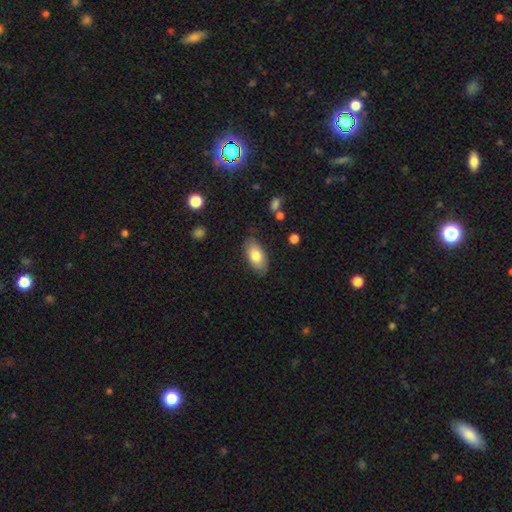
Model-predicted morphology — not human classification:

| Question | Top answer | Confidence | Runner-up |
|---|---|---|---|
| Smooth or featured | smooth | 78% | featured or disk (16%) |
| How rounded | in between | 93% | cigar-shaped (4%) |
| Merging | none | 83% | minor disturbance (13%) |